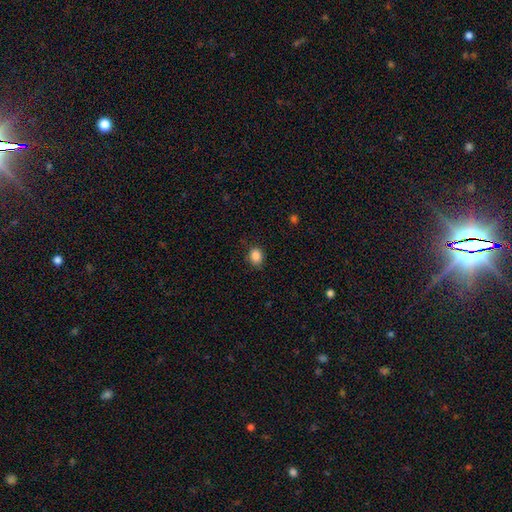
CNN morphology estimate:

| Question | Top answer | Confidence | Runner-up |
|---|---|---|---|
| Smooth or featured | smooth | 87% | star or artifact (10%) |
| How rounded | round | 59% | in between (40%) |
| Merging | none | 83% | minor disturbance (13%) |